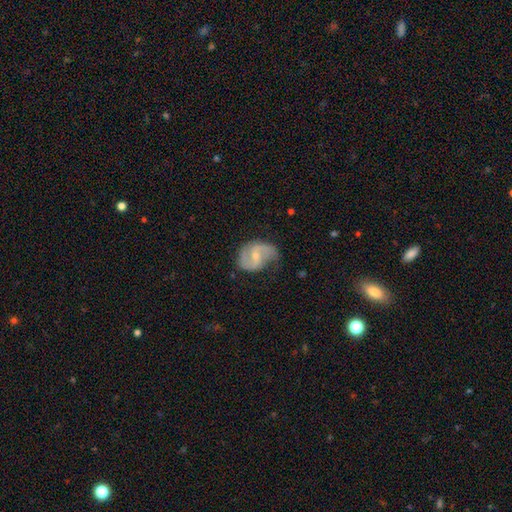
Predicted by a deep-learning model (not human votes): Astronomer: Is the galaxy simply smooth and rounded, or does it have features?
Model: featured or disk — 76%.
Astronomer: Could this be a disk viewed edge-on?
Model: no — 97%.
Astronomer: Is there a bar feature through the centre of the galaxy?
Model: weak — 51% (runner-up: no, 32%).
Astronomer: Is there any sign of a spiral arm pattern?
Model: yes — 92%.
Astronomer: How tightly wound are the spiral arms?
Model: medium — 45% (runner-up: loose, 39%).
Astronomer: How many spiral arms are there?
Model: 2 — 85%.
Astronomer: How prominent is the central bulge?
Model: small — 58% (runner-up: moderate, 37%).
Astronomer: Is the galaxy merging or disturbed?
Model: none — 58%.